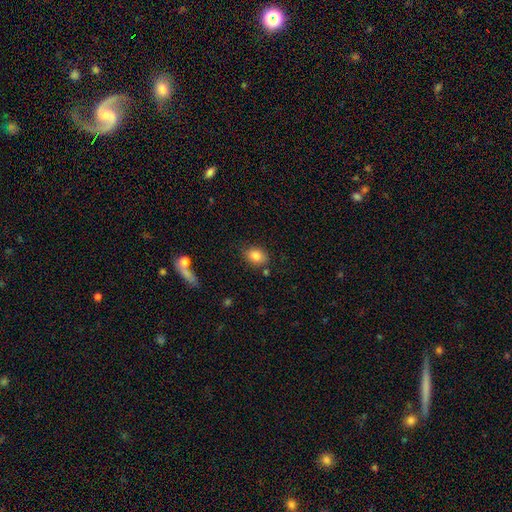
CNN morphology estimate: Smooth or featured: smooth — 83% (star or artifact — 9%)
How rounded: in between — 61% (round — 38%)
Merging: none — 76% (minor disturbance — 16%)